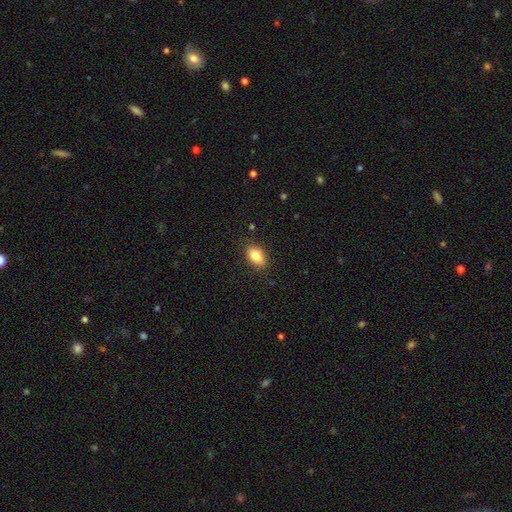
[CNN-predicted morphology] smooth_or_featured: smooth (p=0.84) [alt: star or artifact p=0.08]
how_rounded: in between (p=0.87) [alt: round p=0.09]
merging: none (p=0.83) [alt: minor disturbance p=0.13]